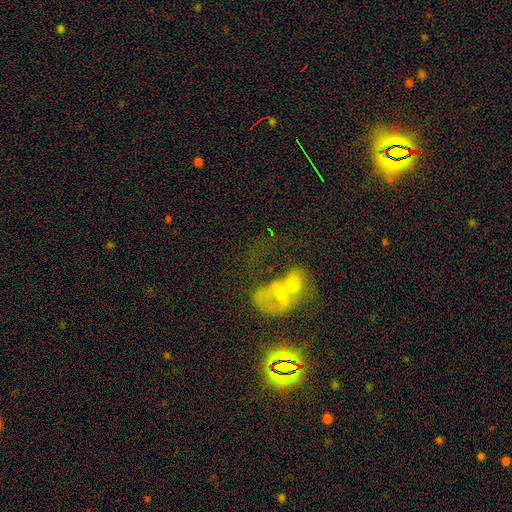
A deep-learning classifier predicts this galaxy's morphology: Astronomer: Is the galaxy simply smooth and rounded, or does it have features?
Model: star or artifact — 38% (runner-up: featured or disk, 37%).